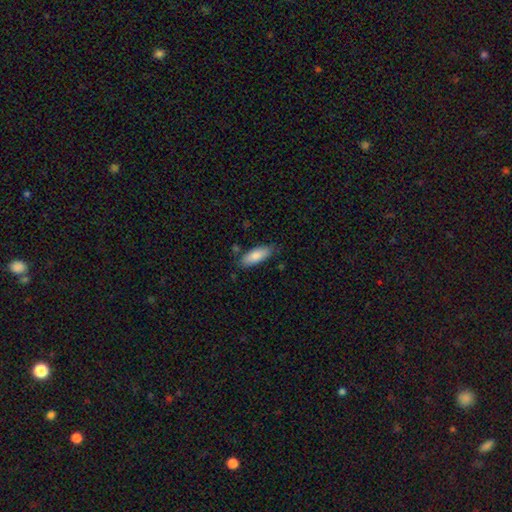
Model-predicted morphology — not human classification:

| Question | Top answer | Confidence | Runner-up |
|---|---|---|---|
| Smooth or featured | smooth | 83% | featured or disk (11%) |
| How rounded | in between | 73% | cigar-shaped (25%) |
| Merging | none | 76% | minor disturbance (17%) |